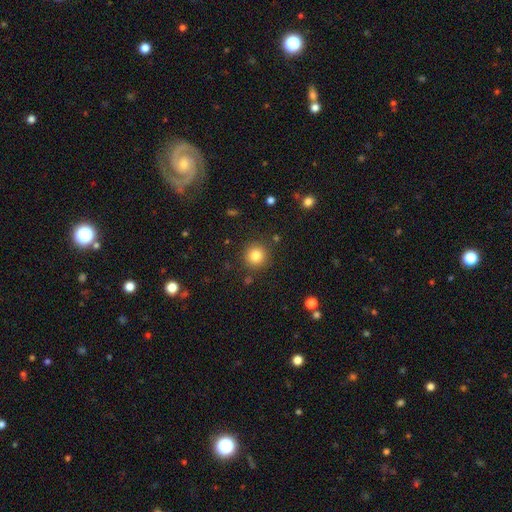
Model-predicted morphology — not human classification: smooth 83%, star or artifact 11%, featured or disk 6%. Down the decision tree: how rounded — round (94%); merging — none (88%).